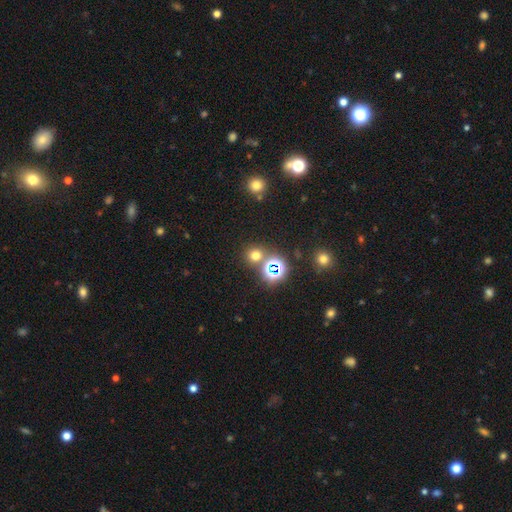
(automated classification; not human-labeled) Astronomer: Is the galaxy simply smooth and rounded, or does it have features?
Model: smooth — 61%.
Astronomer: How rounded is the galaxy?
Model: round — 88%.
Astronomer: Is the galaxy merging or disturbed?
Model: none — 76%.